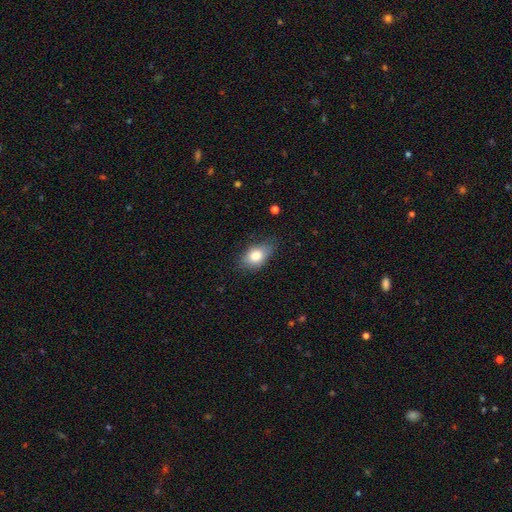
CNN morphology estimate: smooth 81%, featured or disk 12%, star or artifact 8%. Down the decision tree: how rounded — in between (85%); merging — none (70%).